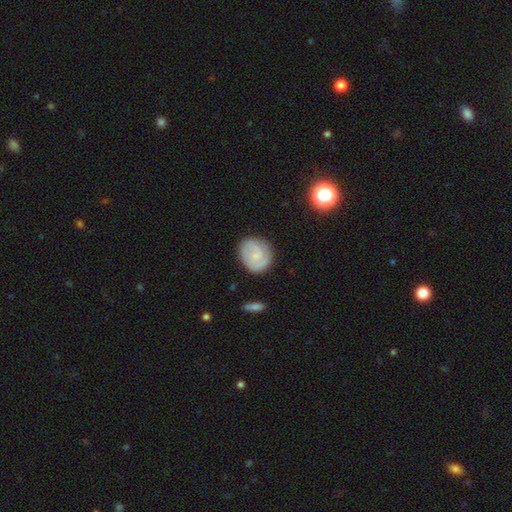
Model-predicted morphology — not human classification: Q: Smooth or featured?
A: featured or disk (55%); runner-up: smooth (38%)
Q: Edge-on disk?
A: no (98%); runner-up: yes (2%)
Q: Bar?
A: no (59%); runner-up: weak (36%)
Q: Spiral arms?
A: yes (89%); runner-up: no (11%)
Q: Bulge size?
A: small (50%); runner-up: none (29%)
Q: Merging?
A: none (81%); runner-up: minor disturbance (13%)